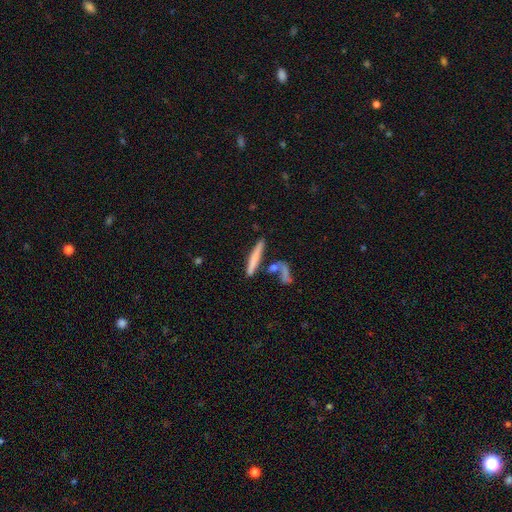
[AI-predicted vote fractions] A smooth galaxy with no disk features (64%) that is cigar-shaped (92%). Merging: none (71%).